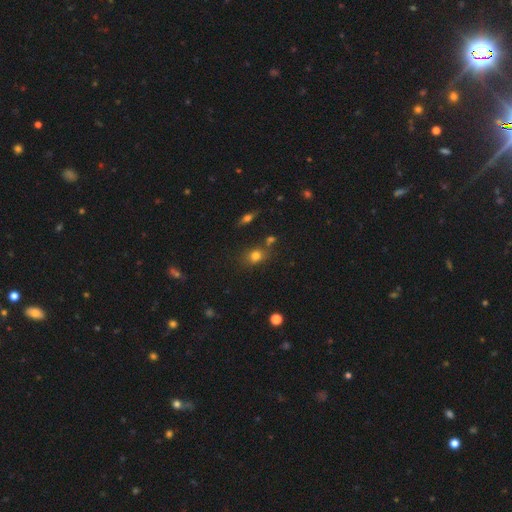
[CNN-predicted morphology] Q: Smooth or featured?
A: smooth (77%); runner-up: star or artifact (14%)
Q: How rounded?
A: round (54%); runner-up: in between (44%)
Q: Merging?
A: none (69%); runner-up: minor disturbance (15%)